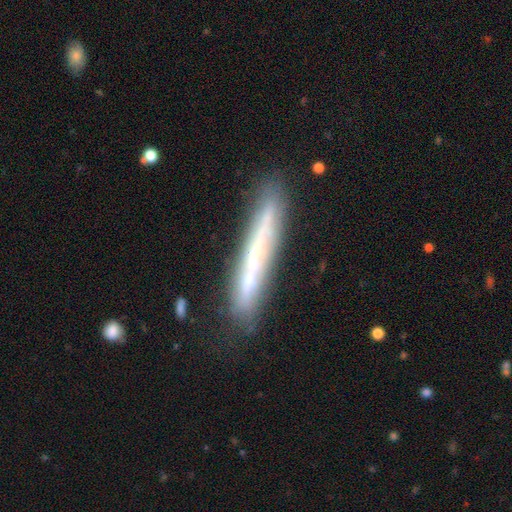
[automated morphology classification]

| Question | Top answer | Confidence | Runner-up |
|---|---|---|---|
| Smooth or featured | featured or disk | 55% | smooth (37%) |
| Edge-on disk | yes | 85% | no (15%) |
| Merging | none | 78% | minor disturbance (15%) |